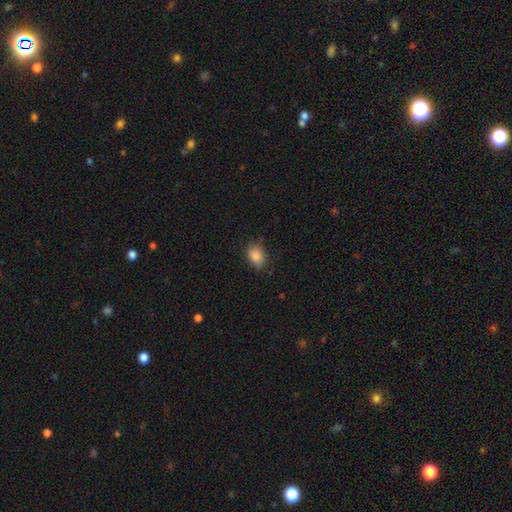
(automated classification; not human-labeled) smooth_or_featured: smooth (p=0.86) [alt: star or artifact p=0.09]
how_rounded: in between (p=0.70) [alt: round p=0.29]
merging: none (p=0.77) [alt: minor disturbance p=0.18]